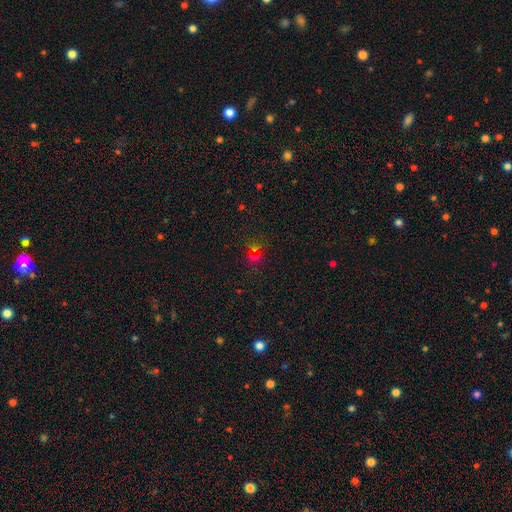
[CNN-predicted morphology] smooth_or_featured: smooth (p=0.49) [alt: star or artifact p=0.39]
merging: none (p=0.54) [alt: merger p=0.32]